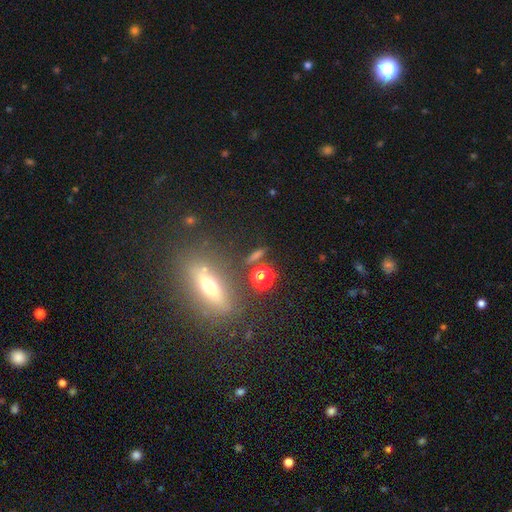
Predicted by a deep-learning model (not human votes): Smooth or featured: smooth — 47% (star or artifact — 29%)
Merging: none — 79% (minor disturbance — 10%)